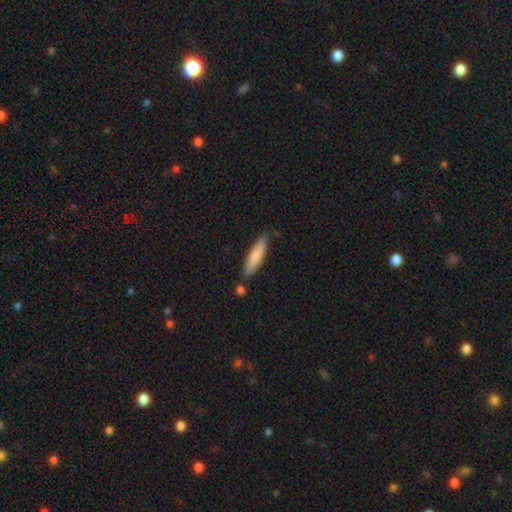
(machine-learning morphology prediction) Overall: smooth (80%). How rounded: cigar-shaped (78%). Merging: none (78%).